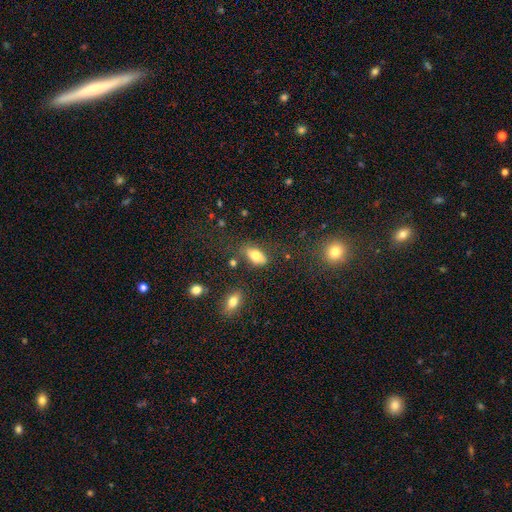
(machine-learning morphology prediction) The model was most divided on "merging": none: 71%, minor disturbance: 18%, major disturbance: 6%, merger: 6%. More confident: how rounded — in between (87%); smooth or featured — smooth (73%).